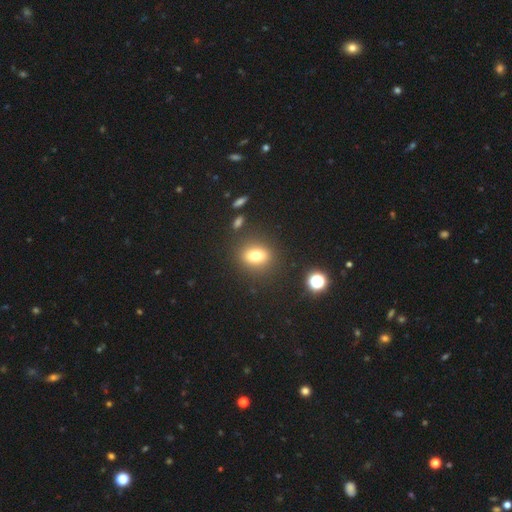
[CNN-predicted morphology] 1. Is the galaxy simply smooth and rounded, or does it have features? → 75% smooth, 13% star or artifact, 12% featured or disk.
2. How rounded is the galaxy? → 56% in between, 41% round, 3% cigar-shaped.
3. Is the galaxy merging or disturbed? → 85% none, 8% minor disturbance, 3% major disturbance, 3% merger.